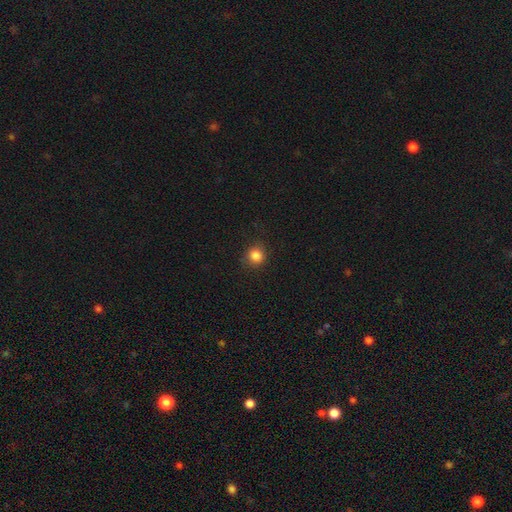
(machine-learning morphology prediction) Smooth or featured: smooth — 85% (star or artifact — 11%)
How rounded: round — 90% (in between — 9%)
Merging: none — 87% (minor disturbance — 9%)